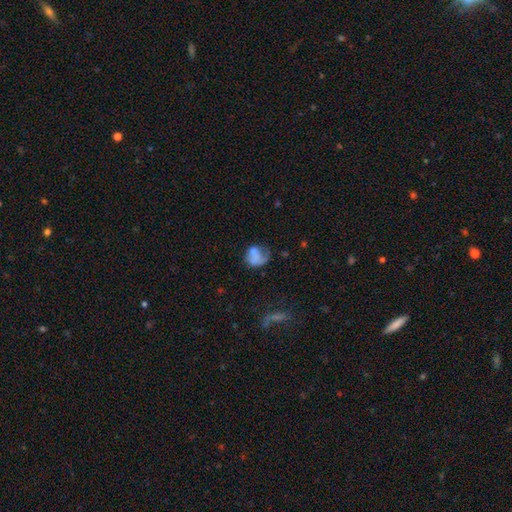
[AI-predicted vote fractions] Q: Smooth or featured?
A: smooth (55%); runner-up: featured or disk (33%)
Q: How rounded?
A: round (54%); runner-up: in between (45%)
Q: Merging?
A: none (30%); runner-up: major disturbance (29%)